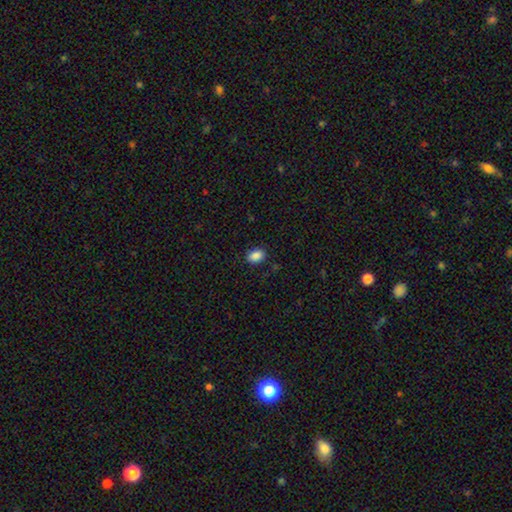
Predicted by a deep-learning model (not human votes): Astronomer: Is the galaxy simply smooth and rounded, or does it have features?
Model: smooth — 88%.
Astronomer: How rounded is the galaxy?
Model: in between — 81%.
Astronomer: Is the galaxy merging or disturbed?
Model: none — 87%.